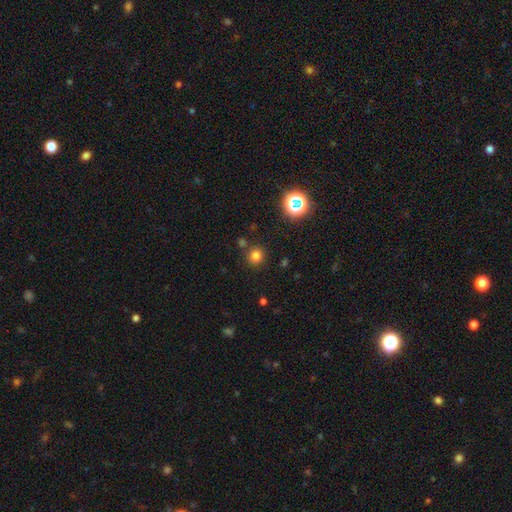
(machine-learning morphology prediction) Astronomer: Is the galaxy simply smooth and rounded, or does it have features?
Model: smooth — 75%.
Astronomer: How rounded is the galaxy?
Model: round — 90%.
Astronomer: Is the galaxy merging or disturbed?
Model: none — 83%.